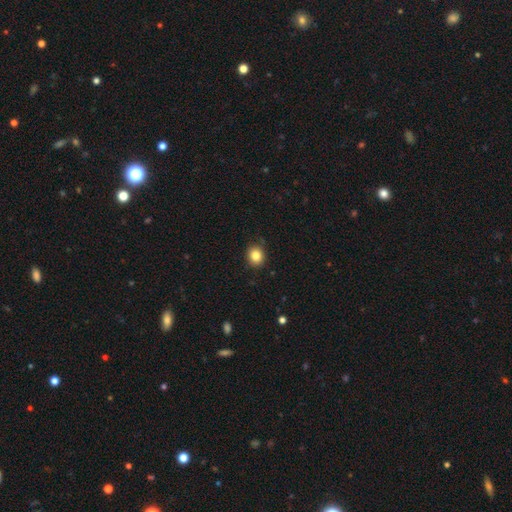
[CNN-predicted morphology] This is clearly a smooth galaxy (84%). How rounded: likely round (76%). Merging: clearly none (87%).